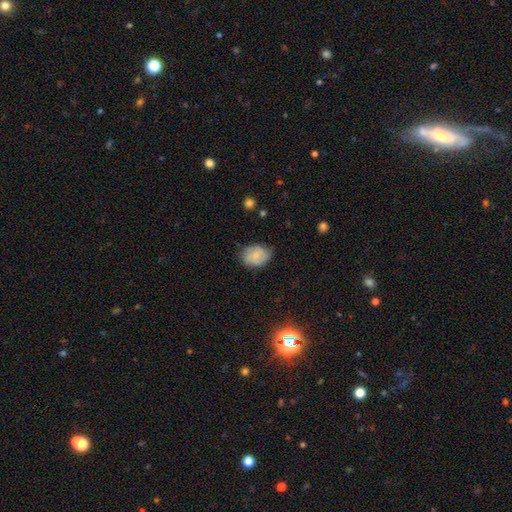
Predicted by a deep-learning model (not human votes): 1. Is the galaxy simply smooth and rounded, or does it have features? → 60% smooth, 32% featured or disk, 8% star or artifact.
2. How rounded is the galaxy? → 60% in between, 39% round, 1% cigar-shaped.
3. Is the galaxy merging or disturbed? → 65% none, 27% minor disturbance, 6% major disturbance, 2% merger.